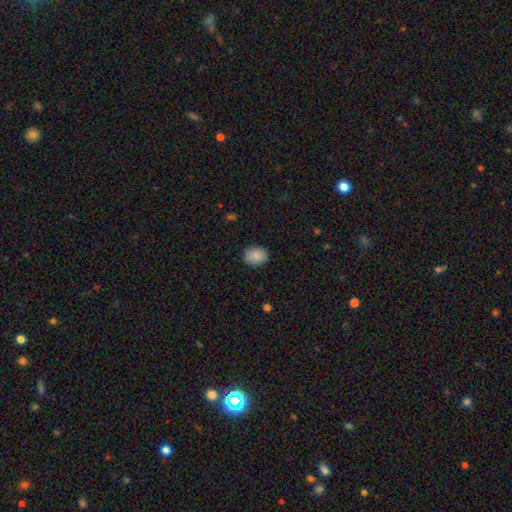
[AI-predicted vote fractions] smooth_or_featured: smooth (p=0.87) [alt: star or artifact p=0.07]
how_rounded: in between (p=0.56) [alt: round p=0.43]
merging: none (p=0.88) [alt: minor disturbance p=0.09]